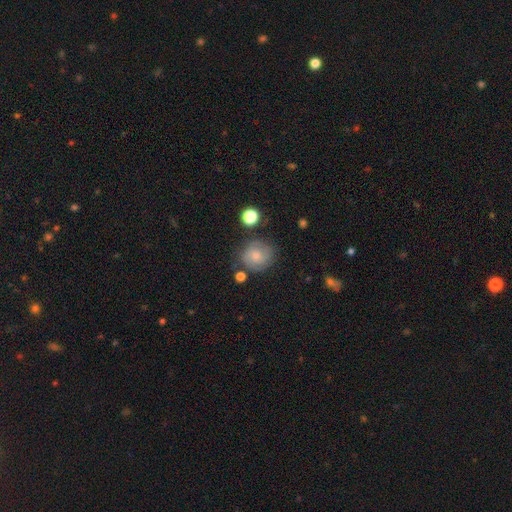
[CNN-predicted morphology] Q: Smooth or featured?
A: smooth (56%); runner-up: featured or disk (34%)
Q: How rounded?
A: round (85%); runner-up: in between (14%)
Q: Merging?
A: none (69%); runner-up: minor disturbance (19%)